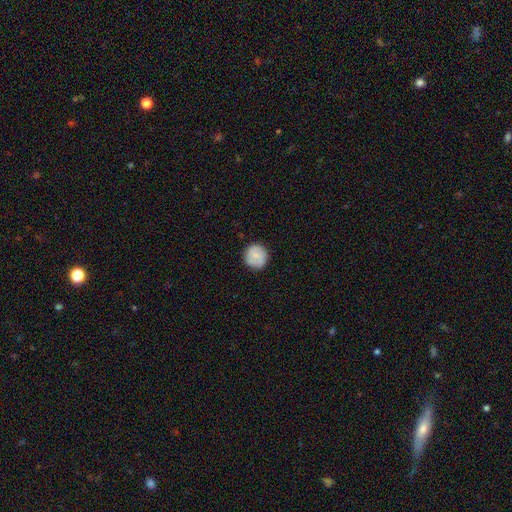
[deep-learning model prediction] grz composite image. It shows a smooth galaxy with no disk features (74%) that is round (92%). Merging: none (87%).